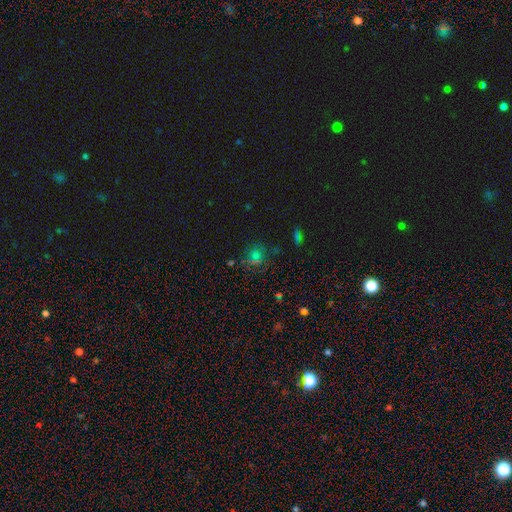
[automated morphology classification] smooth-or-featured: smooth: 52% | star or artifact: 37% | featured or disk: 11%
  how-rounded: round: 81% | in between: 17% | cigar-shaped: 2%
  merging: none: 70% | minor disturbance: 15% | merger: 8% | major disturbance: 7%